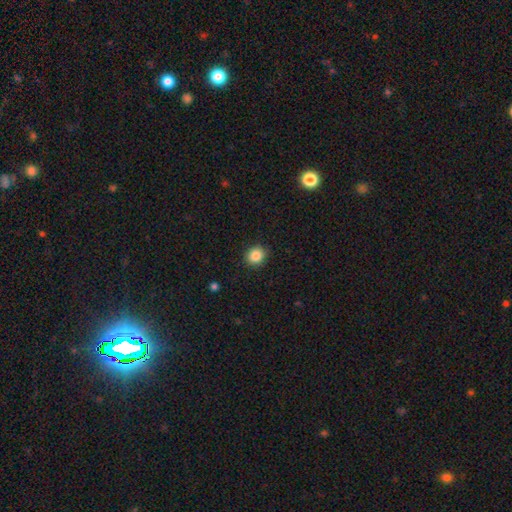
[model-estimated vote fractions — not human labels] Smooth or featured: smooth — 86% (star or artifact — 10%)
How rounded: round — 81% (in between — 18%)
Merging: none — 89% (minor disturbance — 7%)